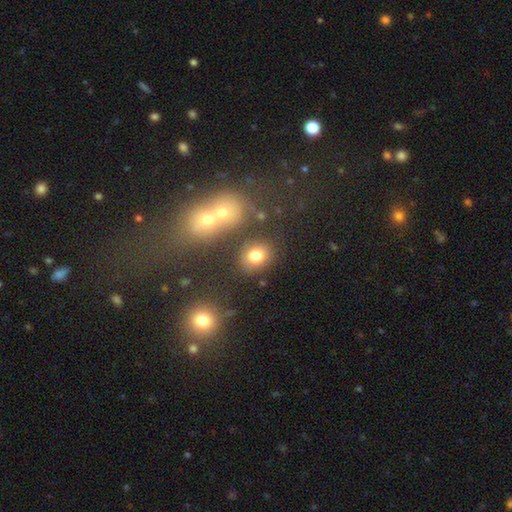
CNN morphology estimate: Smooth or featured? Predicted: smooth (p=0.77). How rounded? Predicted: round (p=0.60). Merging? Predicted: none (p=0.75).